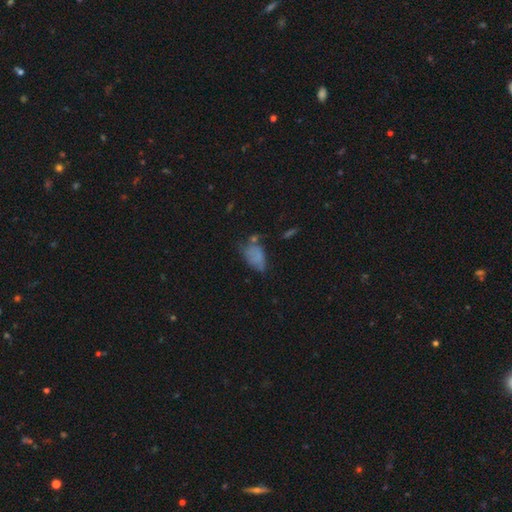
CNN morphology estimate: A smooth galaxy with no disk features (69%) that is in between round and cigar-shaped (89%). Merging: none (36%).